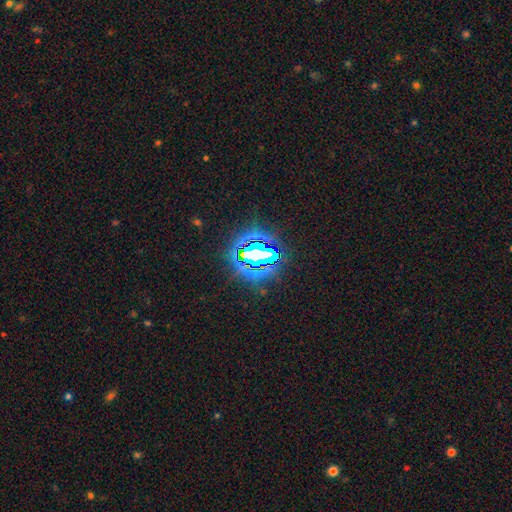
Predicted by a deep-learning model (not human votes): Overall: star or artifact (74%).